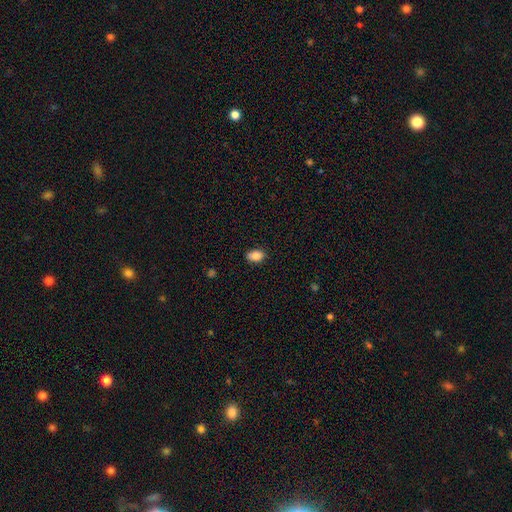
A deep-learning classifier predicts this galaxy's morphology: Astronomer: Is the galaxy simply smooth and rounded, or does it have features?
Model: smooth — 86%.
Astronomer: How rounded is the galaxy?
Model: in between — 82%.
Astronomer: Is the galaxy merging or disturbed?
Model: none — 82%.